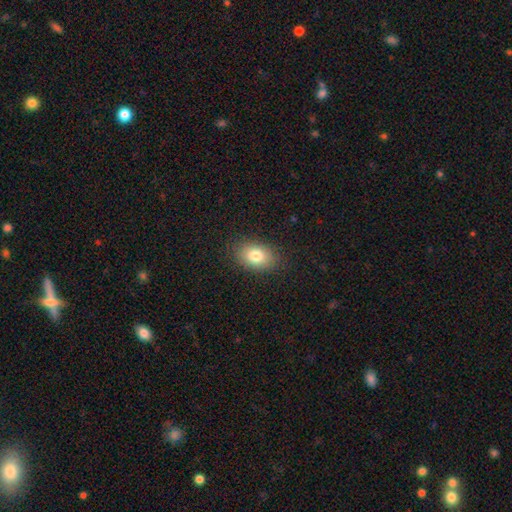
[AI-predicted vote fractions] Smooth or featured: smooth — 80% (featured or disk — 10%)
How rounded: in between — 82% (round — 17%)
Merging: none — 87% (minor disturbance — 9%)